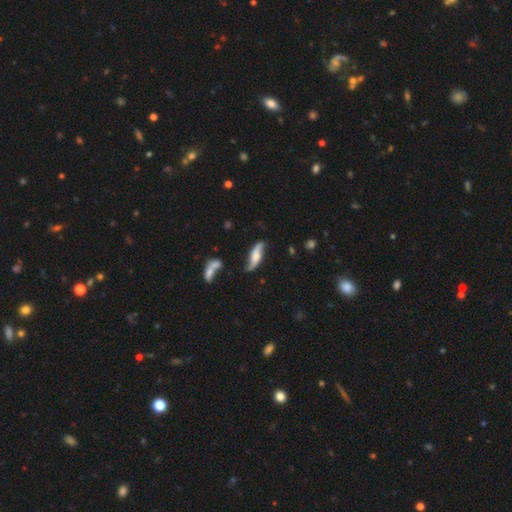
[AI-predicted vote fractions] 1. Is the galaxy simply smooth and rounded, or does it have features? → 72% featured or disk, 21% smooth, 7% star or artifact.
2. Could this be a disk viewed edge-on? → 84% no, 16% yes.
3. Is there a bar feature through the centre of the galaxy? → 57% no, 31% weak, 12% strong.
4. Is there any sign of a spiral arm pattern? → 93% yes, 7% no.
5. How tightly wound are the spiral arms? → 81% loose, 14% medium, 5% tight.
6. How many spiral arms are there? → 92% 2, 3% can't tell, 2% 1, 1% 3, 1% 4, 1% more than 4.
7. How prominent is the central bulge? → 30% none, 28% large, 21% moderate, 14% small, 6% dominant.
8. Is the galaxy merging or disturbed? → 67% none, 19% minor disturbance, 8% major disturbance, 6% merger.